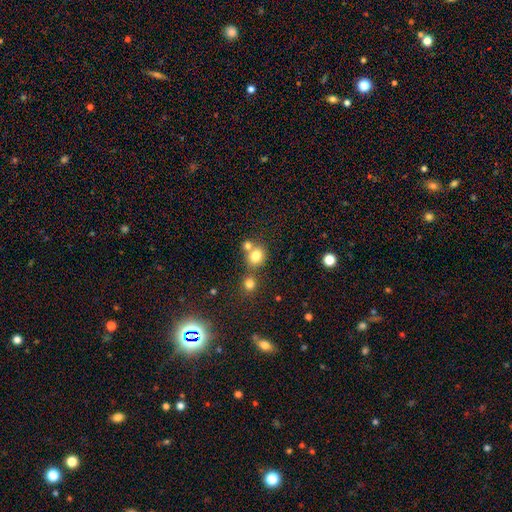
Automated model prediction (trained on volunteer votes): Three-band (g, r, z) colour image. It shows a smooth galaxy with no disk features (78%) that is round (75%). Merging: none (51%).